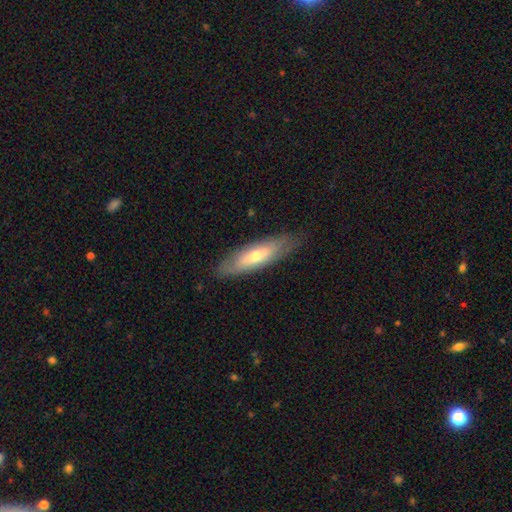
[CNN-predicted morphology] Smooth or featured?
  - smooth: 54% *
  - featured or disk: 40%
  - star or artifact: 6%
How rounded?
  - cigar-shaped: 57% *
  - in between: 41%
  - round: 2%
Merging?
  - none: 80% *
  - minor disturbance: 15%
  - major disturbance: 3%
  - merger: 1%